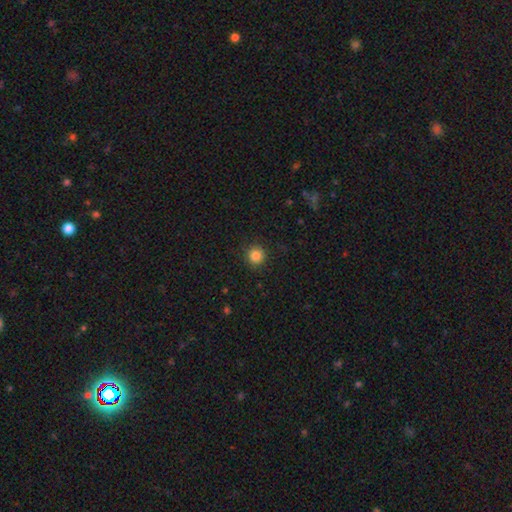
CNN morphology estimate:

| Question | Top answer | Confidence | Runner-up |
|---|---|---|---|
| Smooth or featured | smooth | 84% | star or artifact (11%) |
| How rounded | round | 94% | in between (5%) |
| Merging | none | 91% | minor disturbance (6%) |